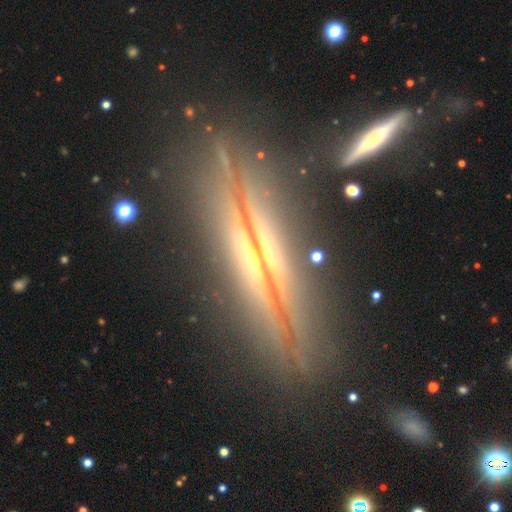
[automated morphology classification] A featured or disk galaxy (79%) viewed edge-on (93%) with a rounded central bulge (59%). Merging: none (79%).